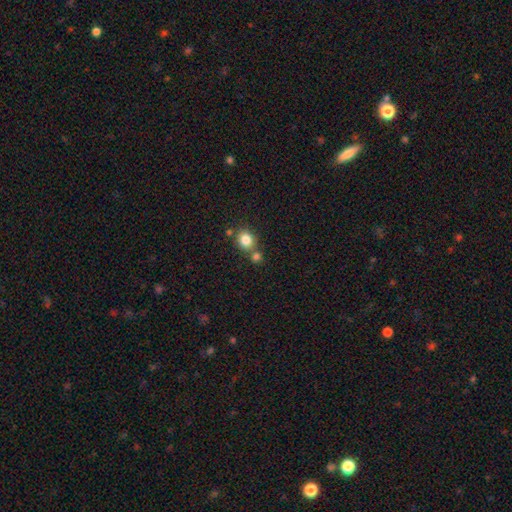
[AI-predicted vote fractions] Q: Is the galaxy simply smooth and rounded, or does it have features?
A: smooth — 79%.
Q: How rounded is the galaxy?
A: round — 81%.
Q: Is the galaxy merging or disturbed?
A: none — 65%.